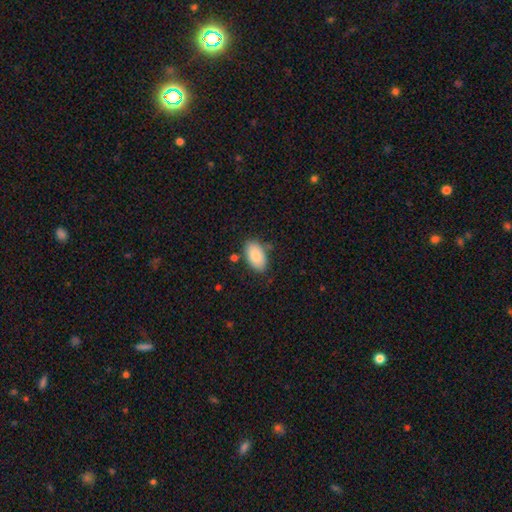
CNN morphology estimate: The model was most divided on "merging": none: 79%, minor disturbance: 14%, merger: 4%, major disturbance: 3%. More confident: how rounded — in between (94%); smooth or featured — smooth (84%).